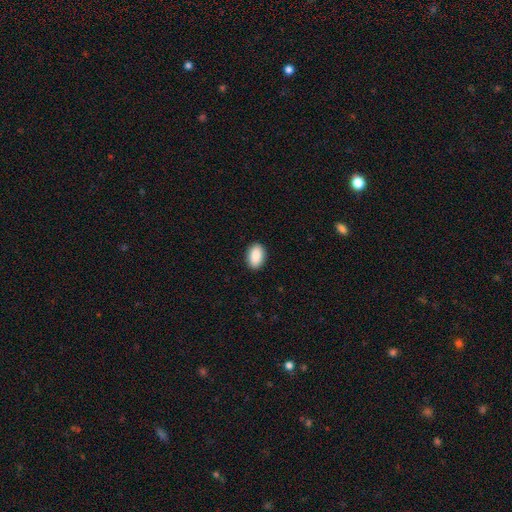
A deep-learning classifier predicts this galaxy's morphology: smooth-or-featured: smooth: 91% | star or artifact: 6% | featured or disk: 3%
  how-rounded: in between: 92% | round: 6% | cigar-shaped: 2%
  merging: none: 90% | minor disturbance: 7% | major disturbance: 2% | merger: 1%